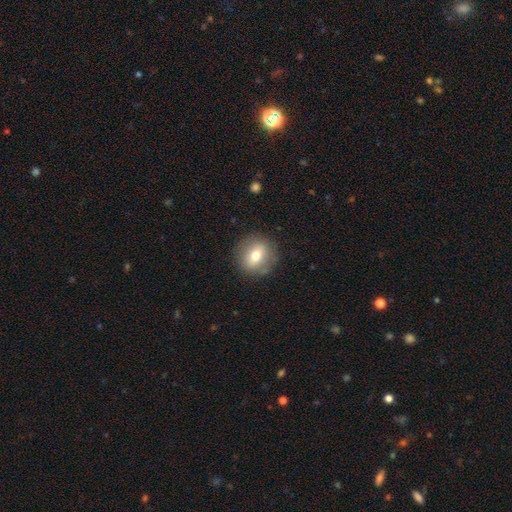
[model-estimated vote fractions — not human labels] Q: Smooth or featured?
A: smooth (67%); runner-up: featured or disk (24%)
Q: How rounded?
A: round (79%); runner-up: in between (20%)
Q: Merging?
A: none (85%); runner-up: minor disturbance (10%)